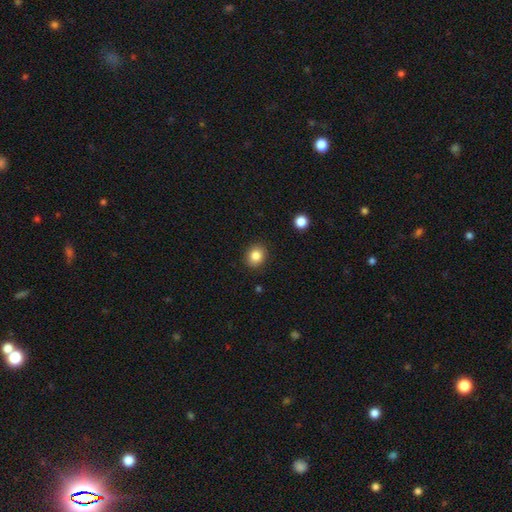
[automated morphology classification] Smooth or featured?
  - smooth: 84% *
  - star or artifact: 10%
  - featured or disk: 6%
How rounded?
  - round: 68% *
  - in between: 32%
  - cigar-shaped: 1%
Merging?
  - none: 89% *
  - minor disturbance: 7%
  - major disturbance: 2%
  - merger: 1%